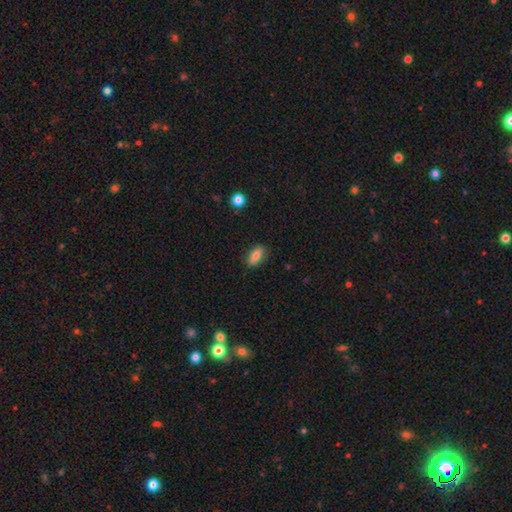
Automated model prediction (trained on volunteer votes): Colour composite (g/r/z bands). It shows a smooth galaxy with no disk features (79%) that is in between round and cigar-shaped (80%). Merging: none (84%).